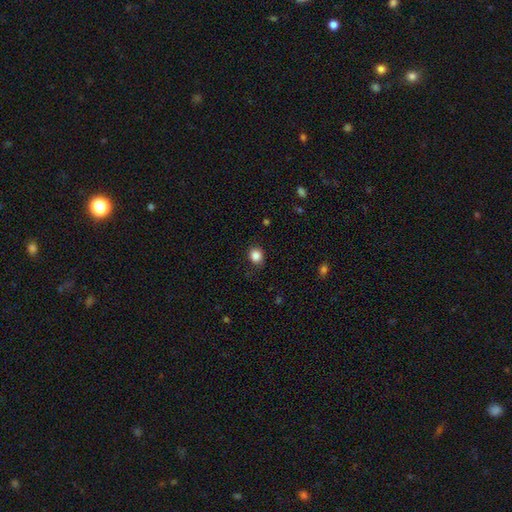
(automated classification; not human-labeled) Morphology: type=smooth (86%); roundness=round (74%); merging=none (82%).